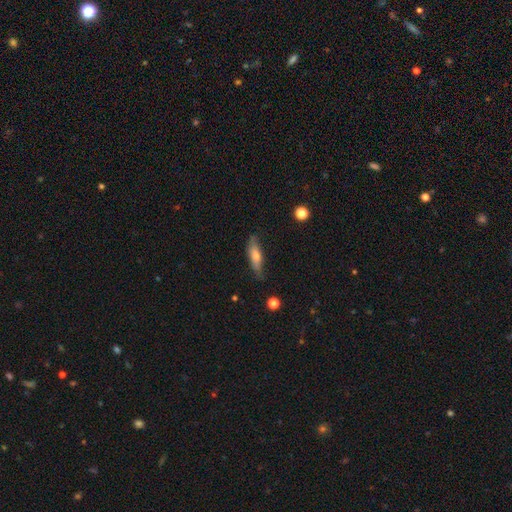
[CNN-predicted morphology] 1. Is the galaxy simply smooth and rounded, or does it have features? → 57% smooth, 36% featured or disk, 7% star or artifact.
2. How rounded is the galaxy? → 70% cigar-shaped, 28% in between, 2% round.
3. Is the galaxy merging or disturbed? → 76% none, 19% minor disturbance, 4% major disturbance, 2% merger.